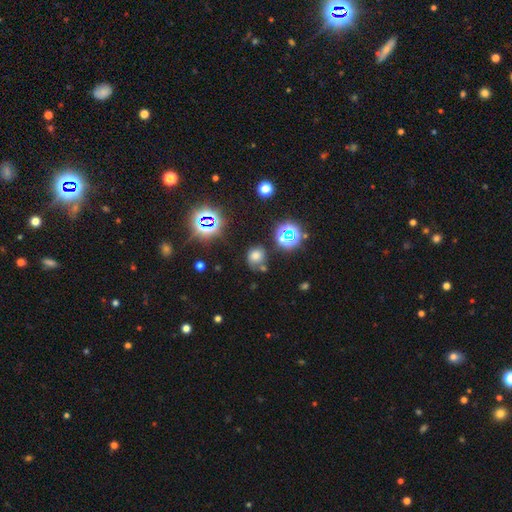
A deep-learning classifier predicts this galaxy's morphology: This appears to be a smooth galaxy with no disk features (60%) that is round (77%). Merging: none (64%).